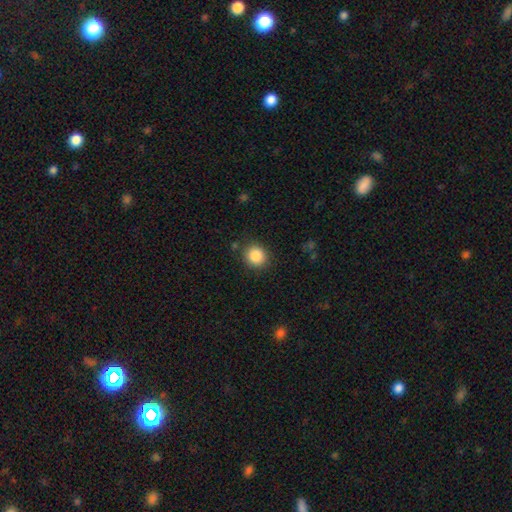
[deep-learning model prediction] Smooth or featured? Predicted: smooth (p=0.87). How rounded? Predicted: round (p=0.87). Merging? Predicted: none (p=0.88).